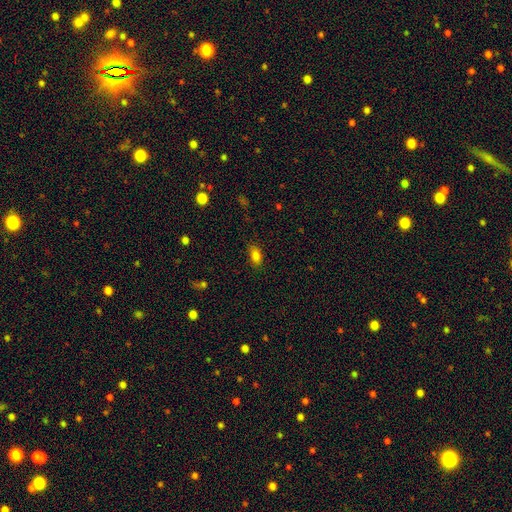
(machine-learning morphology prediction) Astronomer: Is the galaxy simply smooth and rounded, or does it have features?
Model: smooth — 83%.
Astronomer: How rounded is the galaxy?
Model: in between — 88%.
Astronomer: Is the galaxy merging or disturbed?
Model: none — 84%.